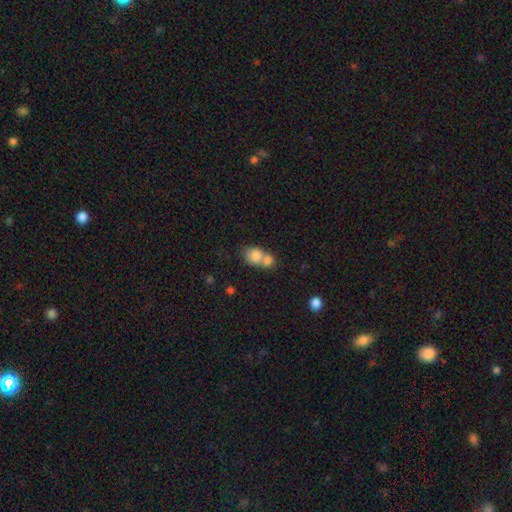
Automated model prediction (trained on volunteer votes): Morphology: type=smooth (79%); roundness=round (58%); merging=merger (65%).